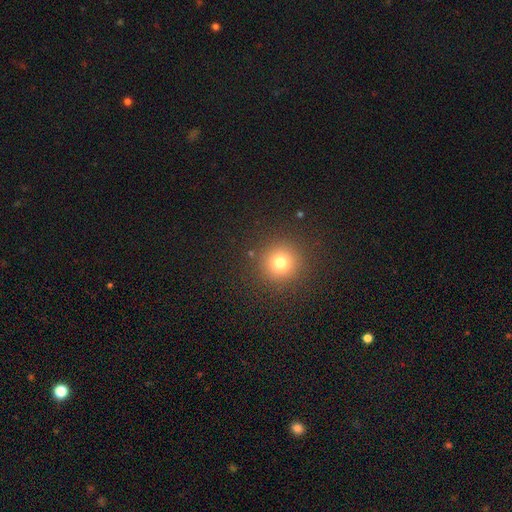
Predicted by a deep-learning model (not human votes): A smooth galaxy with no disk features (66%) that is round (95%). Merging: none (93%).